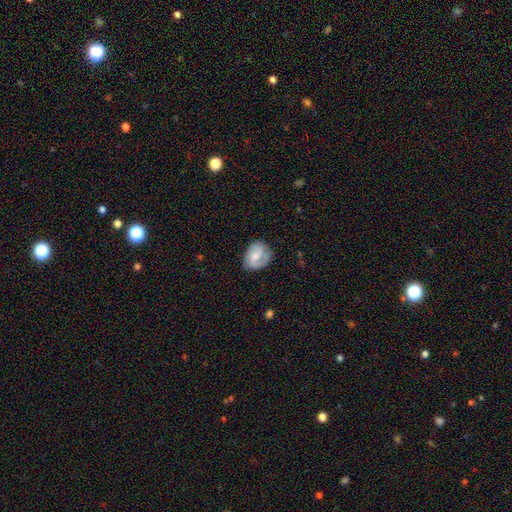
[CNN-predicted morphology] The model was most divided on "bar": no: 46%, weak: 44%, strong: 10%. Remaining: edge-on disk — no (97%); spiral arms — yes (86%); merging — none (72%); smooth or featured — featured or disk (54%); bulge size — moderate (47%).